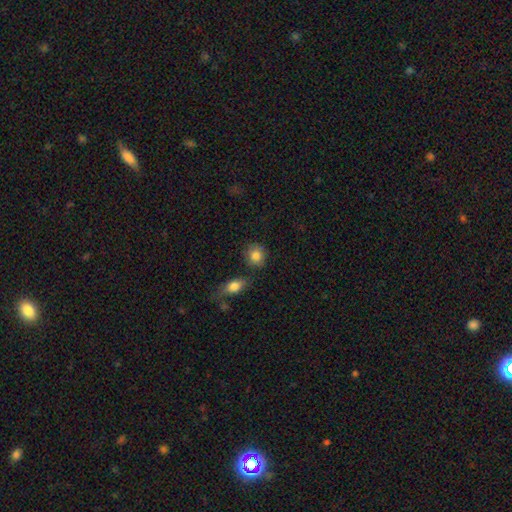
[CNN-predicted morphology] Smooth or featured? smooth (85%)
How rounded? round (76%)
Merging? none (72%)